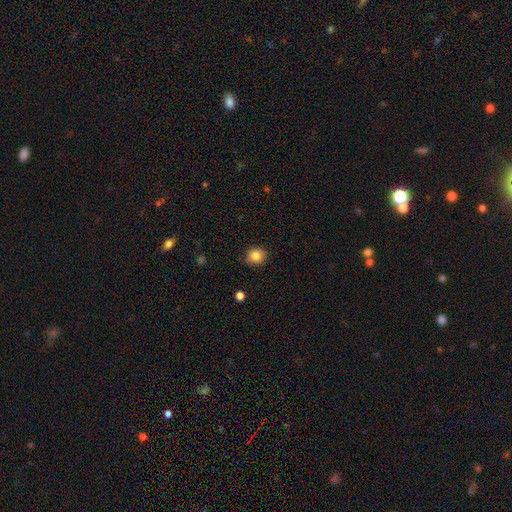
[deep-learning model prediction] smooth_or_featured: smooth (p=0.85) [alt: star or artifact p=0.10]
how_rounded: round (p=0.81) [alt: in between p=0.18]
merging: none (p=0.86) [alt: minor disturbance p=0.10]